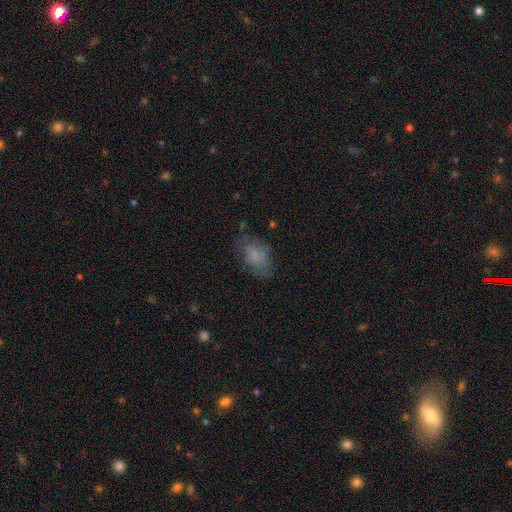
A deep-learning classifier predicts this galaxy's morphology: The model was most divided on "merging": none: 62%, minor disturbance: 24%, major disturbance: 12%, merger: 2%. More confident: how rounded — in between (90%); smooth or featured — smooth (74%).